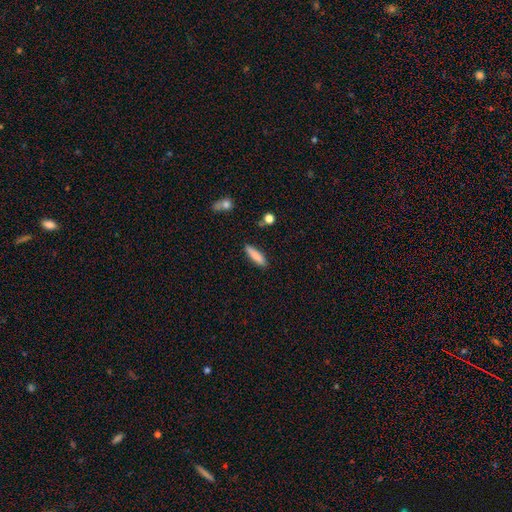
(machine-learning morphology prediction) This appears to be a smooth galaxy with no disk features (84%) that is cigar-shaped (71%). Merging: none (85%).